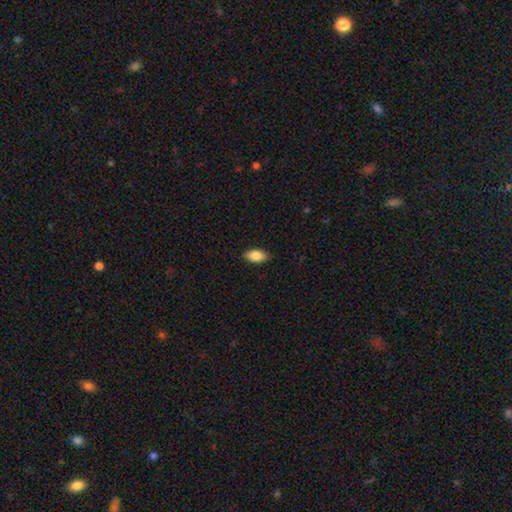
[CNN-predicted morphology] smooth-or-featured: smooth: 84% | featured or disk: 9% | star or artifact: 7%
  how-rounded: in between: 91% | cigar-shaped: 5% | round: 4%
  merging: none: 87% | minor disturbance: 10% | major disturbance: 2% | merger: 1%